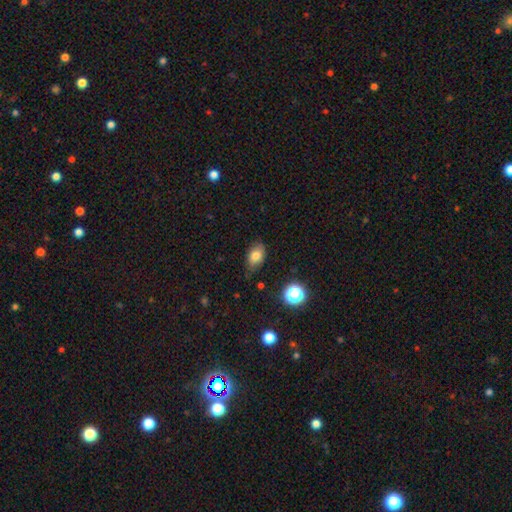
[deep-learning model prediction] The model was most divided on "merging": none: 74%, minor disturbance: 20%, major disturbance: 4%, merger: 2%. More confident: how rounded — in between (84%); smooth or featured — smooth (78%).